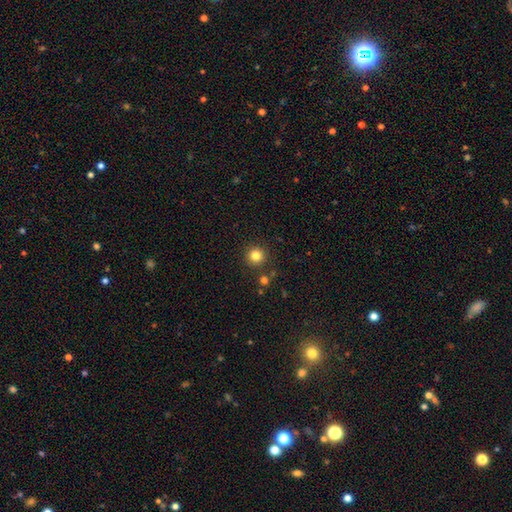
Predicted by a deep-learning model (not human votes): This appears to be a smooth galaxy with no disk features (82%) that is round (95%). Merging: none (88%).